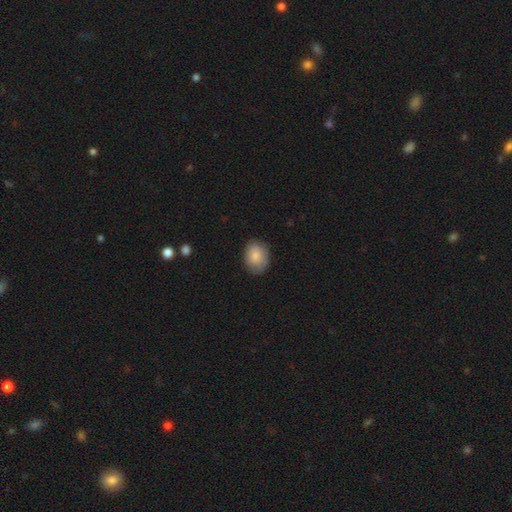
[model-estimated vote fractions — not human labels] Smooth or featured? smooth (85%)
How rounded? in between (64%)
Merging? none (81%)